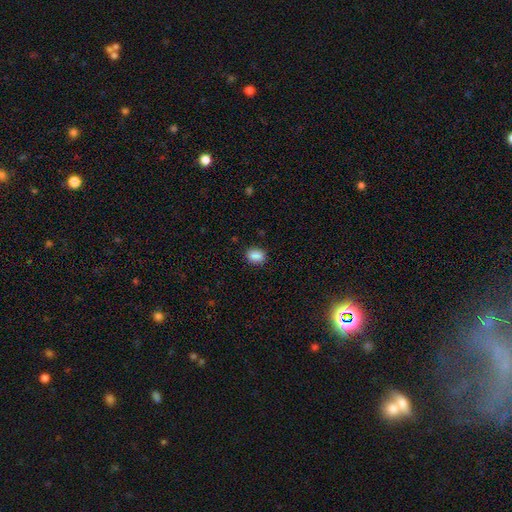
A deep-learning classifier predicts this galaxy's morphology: Overall: smooth (88%). How rounded: in between (68%; round 31%). Merging: none (87%).